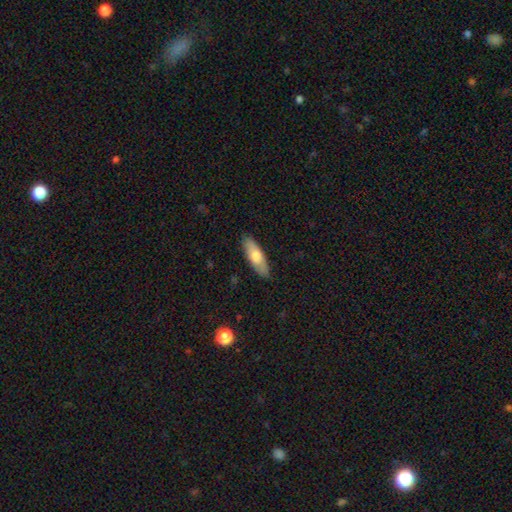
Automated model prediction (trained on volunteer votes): smooth-or-featured: smooth: 70% | featured or disk: 24% | star or artifact: 6%
  how-rounded: in between: 63% | cigar-shaped: 35% | round: 2%
  merging: none: 86% | minor disturbance: 10% | major disturbance: 2% | merger: 1%